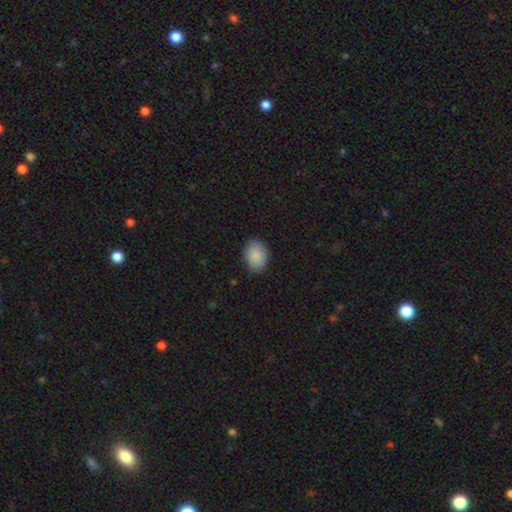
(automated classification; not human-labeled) This is clearly a smooth galaxy (89%). How rounded: likely in between (78%). Merging: clearly none (85%).